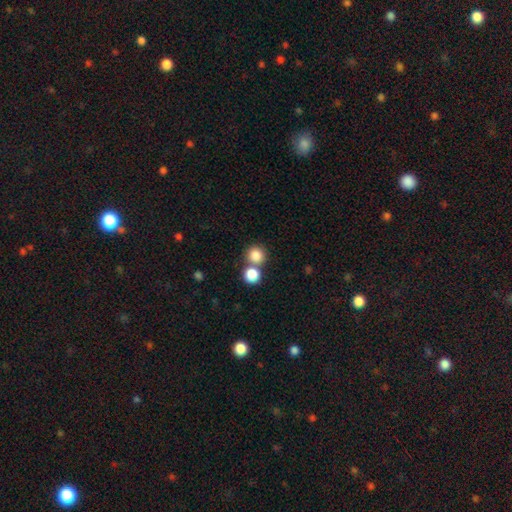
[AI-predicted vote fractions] Overall: smooth (82%). How rounded: round (90%). Merging: none (59%; merger 32%).